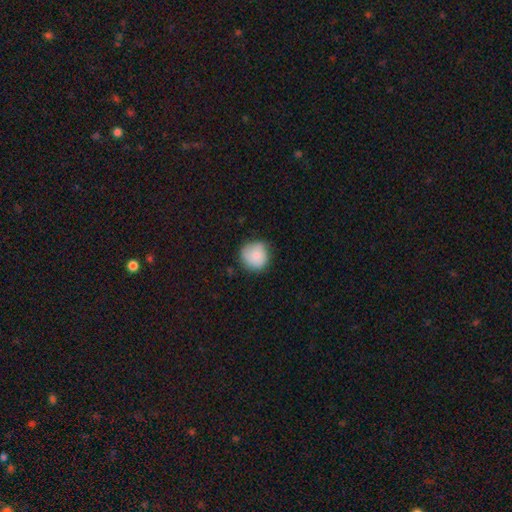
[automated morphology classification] smooth_or_featured: smooth (p=0.81) [alt: featured or disk p=0.12]
how_rounded: round (p=0.90) [alt: in between p=0.09]
merging: none (p=0.72) [alt: minor disturbance p=0.22]